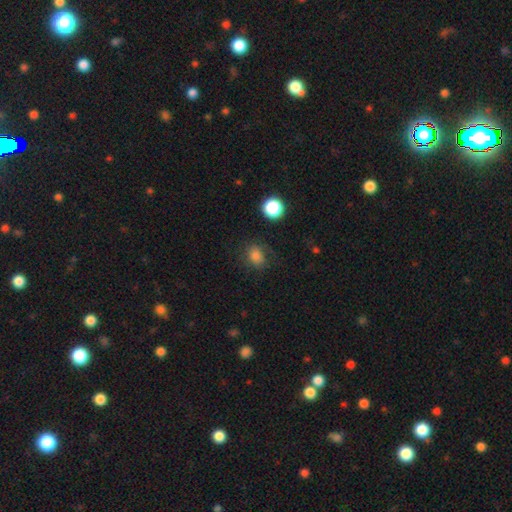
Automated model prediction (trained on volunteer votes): smooth 81%, star or artifact 13%, featured or disk 6%. Down the decision tree: how rounded — round (52%); merging — none (70%).